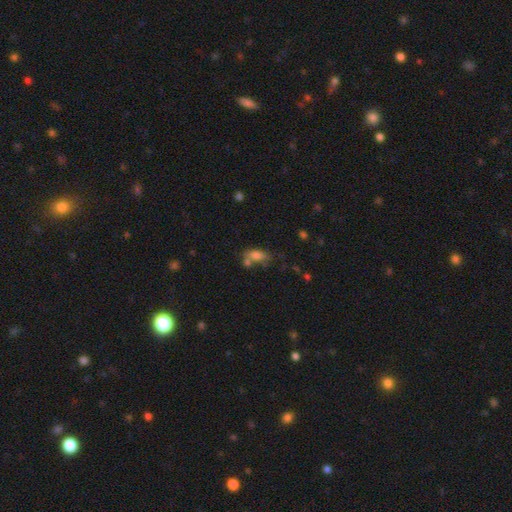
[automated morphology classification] smooth-or-featured: smooth: 73% | featured or disk: 16% | star or artifact: 11%
  how-rounded: in between: 79% | cigar-shaped: 15% | round: 6%
  merging: none: 45% | merger: 29% | minor disturbance: 18% | major disturbance: 8%